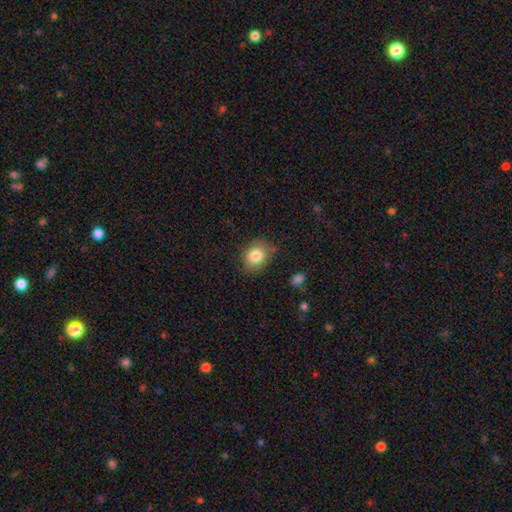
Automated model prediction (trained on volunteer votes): This appears to be a smooth galaxy with no disk features (83%) that is round (60%). Merging: none (75%).